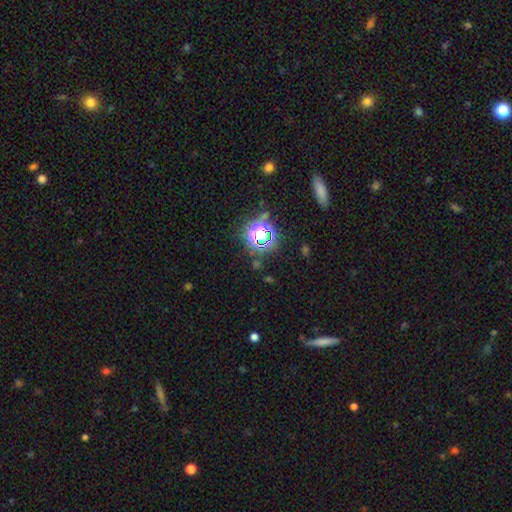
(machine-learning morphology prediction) smooth_or_featured: star or artifact (p=0.68) [alt: smooth p=0.22]